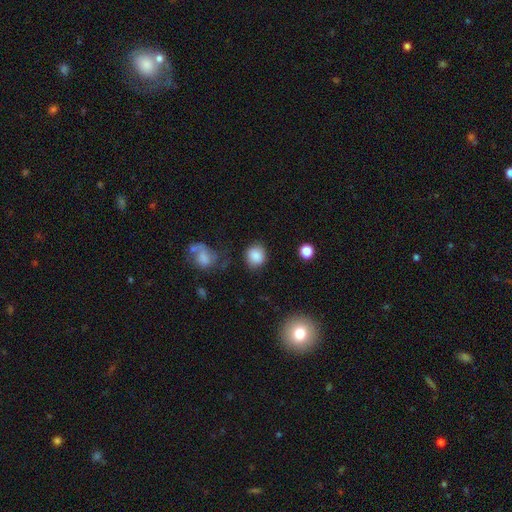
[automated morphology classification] smooth_or_featured: smooth (p=0.86) [alt: star or artifact p=0.09]
how_rounded: round (p=0.78) [alt: in between p=0.21]
merging: none (p=0.74) [alt: minor disturbance p=0.14]